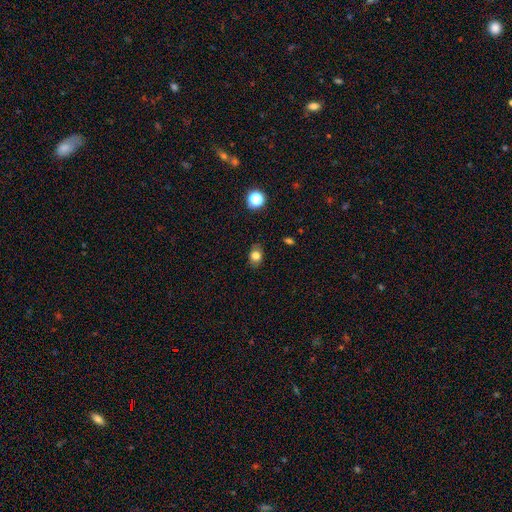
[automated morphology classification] Overall: smooth (79%). How rounded: in between (62%; round 36%). Merging: none (83%).